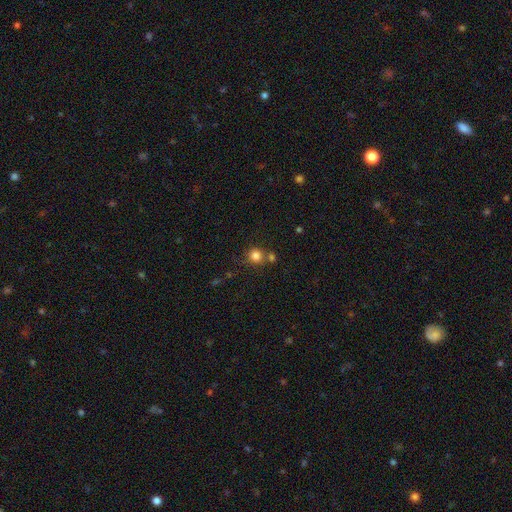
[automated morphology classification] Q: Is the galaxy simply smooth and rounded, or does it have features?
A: smooth — 82%.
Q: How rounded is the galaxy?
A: round — 91%.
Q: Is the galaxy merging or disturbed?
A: none — 66%.